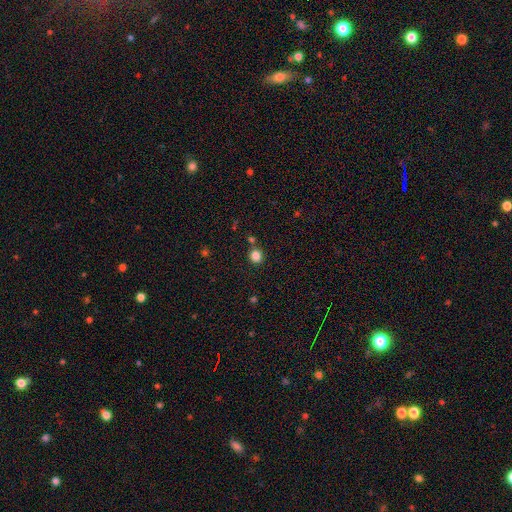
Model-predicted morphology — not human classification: Smooth or featured? smooth (84%)
How rounded? round (86%)
Merging? none (80%)